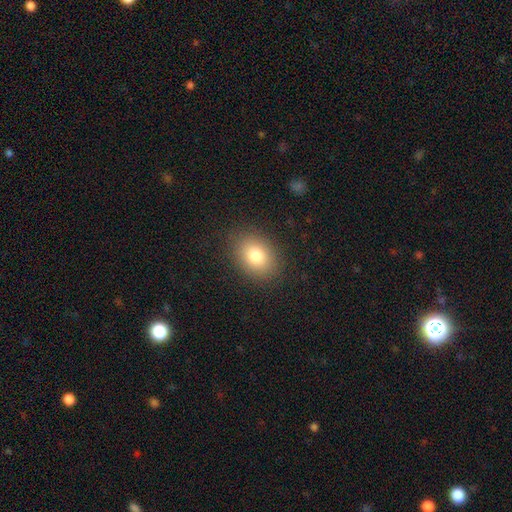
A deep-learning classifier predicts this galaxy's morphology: Smooth or featured? smooth (80%)
How rounded? in between (64%)
Merging? none (87%)